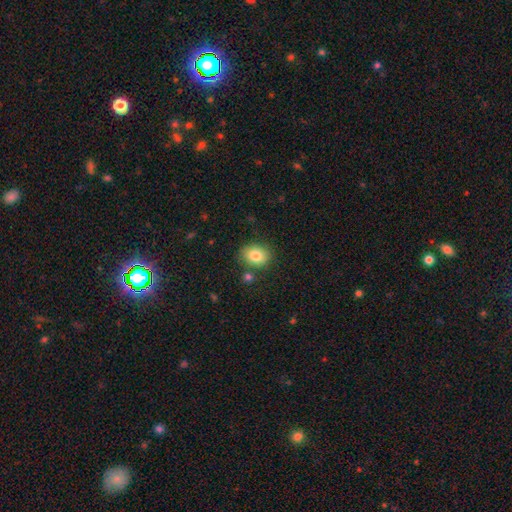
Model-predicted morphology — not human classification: Smooth or featured?
  - smooth: 83% *
  - star or artifact: 9%
  - featured or disk: 8%
How rounded?
  - in between: 51% *
  - round: 48%
  - cigar-shaped: 1%
Merging?
  - none: 79% *
  - minor disturbance: 12%
  - merger: 6%
  - major disturbance: 3%